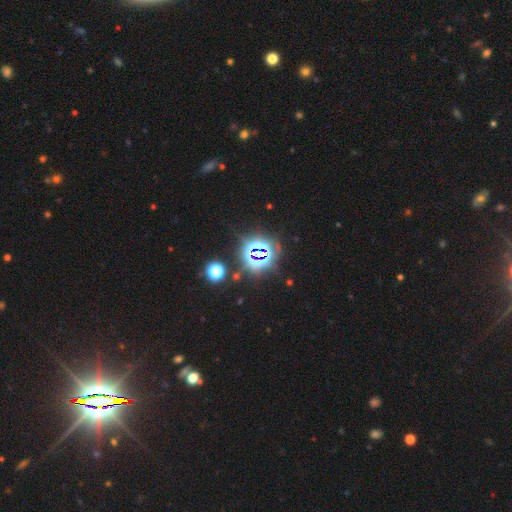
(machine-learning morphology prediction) Q: Smooth or featured?
A: star or artifact (79%); runner-up: smooth (13%)